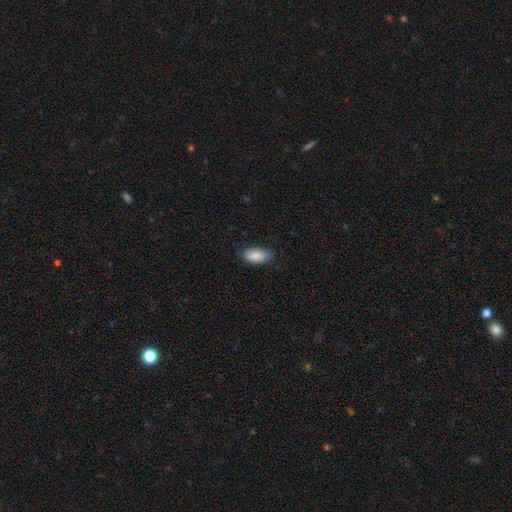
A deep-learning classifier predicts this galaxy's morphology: smooth-or-featured: smooth: 88% | star or artifact: 6% | featured or disk: 6%
  how-rounded: in between: 87% | cigar-shaped: 11% | round: 2%
  merging: none: 77% | minor disturbance: 19% | major disturbance: 3% | merger: 1%